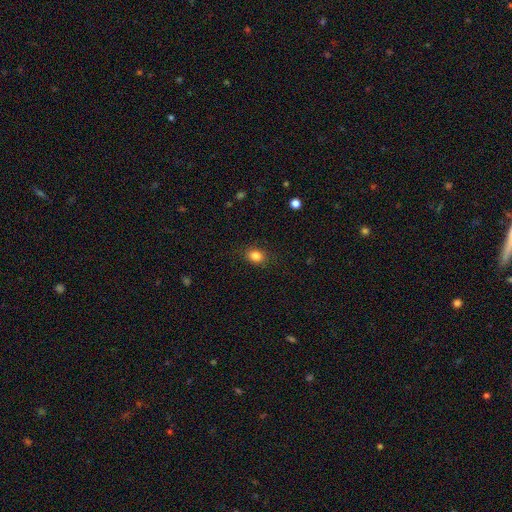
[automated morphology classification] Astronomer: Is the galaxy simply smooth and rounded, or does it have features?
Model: smooth — 84%.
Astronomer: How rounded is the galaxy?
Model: in between — 59% (runner-up: round, 40%).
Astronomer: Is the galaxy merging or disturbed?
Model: none — 86%.